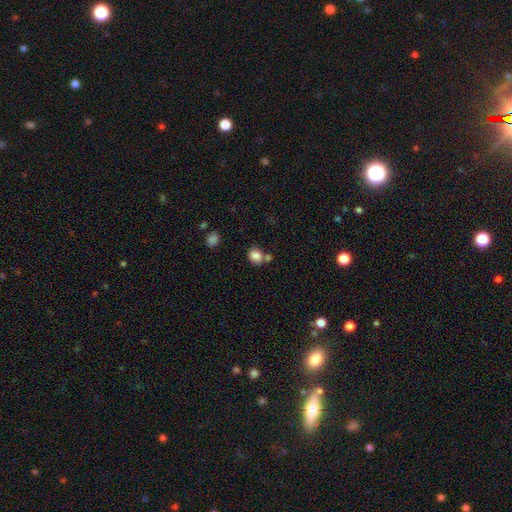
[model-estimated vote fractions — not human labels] Q: Smooth or featured?
A: smooth (84%); runner-up: star or artifact (10%)
Q: How rounded?
A: round (70%); runner-up: in between (29%)
Q: Merging?
A: none (59%); runner-up: merger (25%)